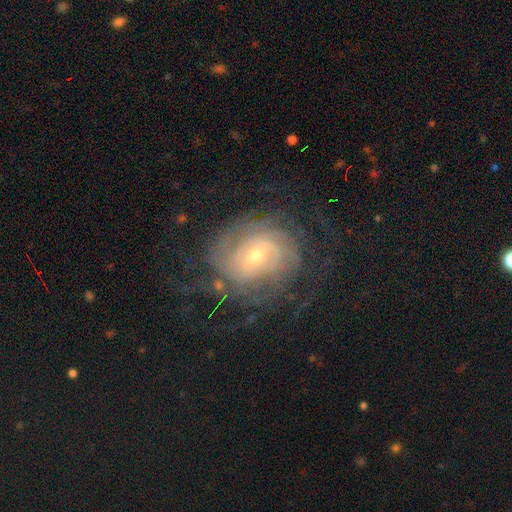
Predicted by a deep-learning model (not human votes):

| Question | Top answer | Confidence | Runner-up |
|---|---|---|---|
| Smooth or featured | featured or disk | 84% | smooth (9%) |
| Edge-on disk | no | 97% | yes (3%) |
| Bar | weak | 51% | no (32%) |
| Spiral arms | yes | 94% | no (6%) |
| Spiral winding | tight | 69% | medium (23%) |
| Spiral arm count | can't tell | 44% | 2 (20%) |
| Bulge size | small | 49% | moderate (46%) |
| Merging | none | 70% | minor disturbance (16%) |